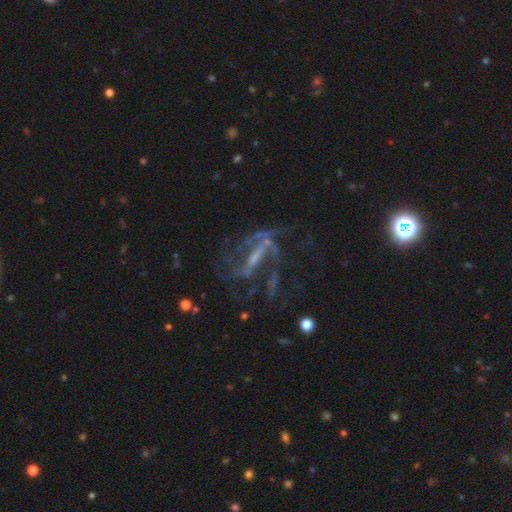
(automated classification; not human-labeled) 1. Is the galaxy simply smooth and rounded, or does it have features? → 80% featured or disk, 13% star or artifact, 8% smooth.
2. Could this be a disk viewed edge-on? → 87% no, 13% yes.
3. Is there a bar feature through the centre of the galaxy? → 60% strong, 25% weak, 15% no.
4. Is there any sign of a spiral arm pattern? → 81% yes, 19% no.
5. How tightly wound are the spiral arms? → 42% medium, 37% loose, 21% tight.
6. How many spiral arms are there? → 39% 2, 29% can't tell, 14% 3, 7% 1, 7% 4, 5% more than 4.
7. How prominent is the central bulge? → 42% small, 32% none, 21% moderate, 3% large, 1% dominant.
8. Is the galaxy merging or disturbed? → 46% none, 34% major disturbance, 15% minor disturbance, 5% merger.